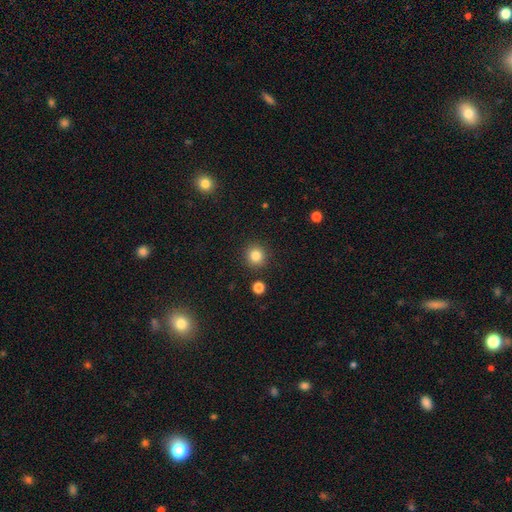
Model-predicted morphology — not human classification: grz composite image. It shows a smooth galaxy with no disk features (84%) that is round (93%). Merging: none (90%).